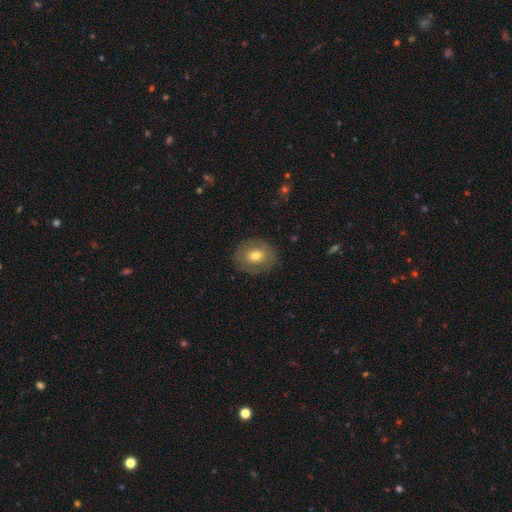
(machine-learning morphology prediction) The model was most divided on "how rounded": round: 67%, in between: 32%, cigar-shaped: 1%. More confident: merging — none (85%); smooth or featured — smooth (65%).